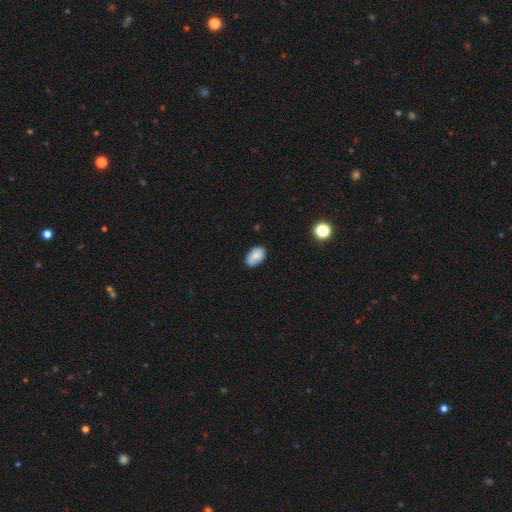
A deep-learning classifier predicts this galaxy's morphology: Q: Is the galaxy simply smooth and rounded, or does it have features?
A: smooth — 79%.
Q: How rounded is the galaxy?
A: in between — 89%.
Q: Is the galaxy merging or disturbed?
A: none — 71%.